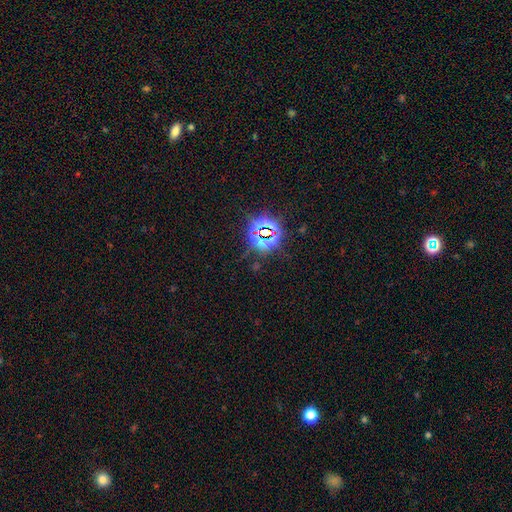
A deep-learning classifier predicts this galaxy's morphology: Smooth or featured? Predicted: star or artifact (p=0.79).